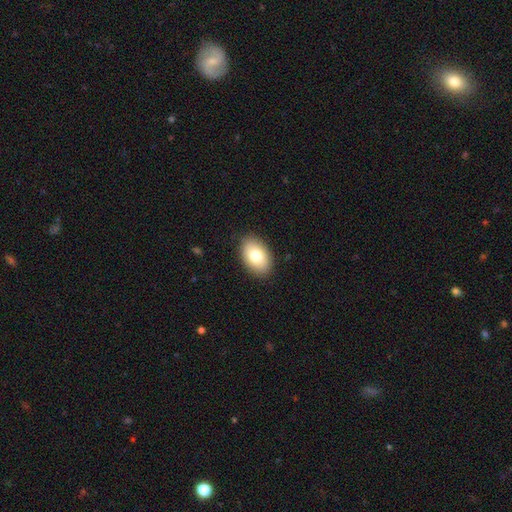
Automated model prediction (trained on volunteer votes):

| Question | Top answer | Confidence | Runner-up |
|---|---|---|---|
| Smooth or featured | smooth | 79% | featured or disk (14%) |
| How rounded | in between | 90% | round (9%) |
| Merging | none | 89% | minor disturbance (8%) |